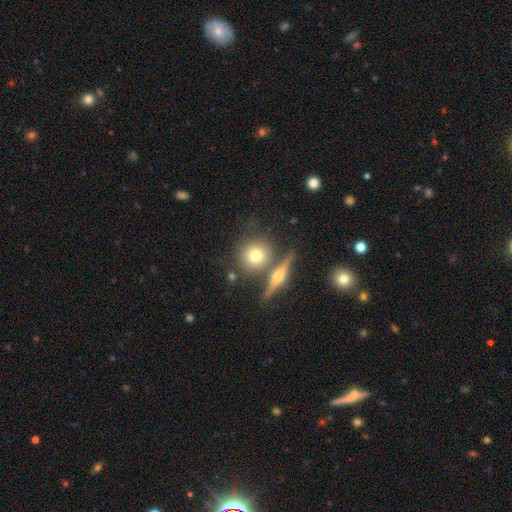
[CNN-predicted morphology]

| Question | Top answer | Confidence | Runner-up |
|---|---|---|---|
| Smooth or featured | smooth | 66% | featured or disk (25%) |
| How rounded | round | 87% | in between (10%) |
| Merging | none | 68% | merger (18%) |